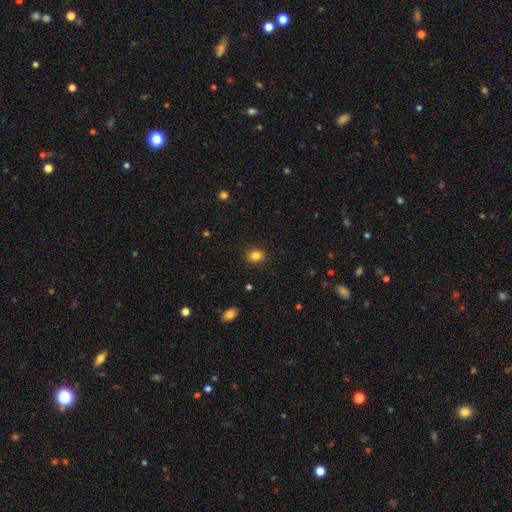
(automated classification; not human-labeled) smooth 84%, star or artifact 11%, featured or disk 5%. Down the decision tree: how rounded — round (57%); merging — none (90%).